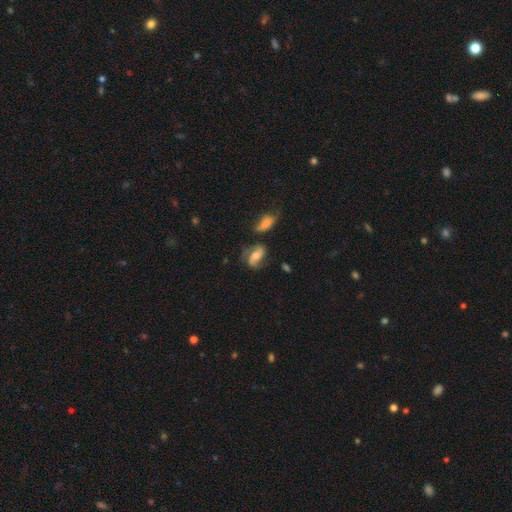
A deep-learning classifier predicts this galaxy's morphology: Smooth or featured?
  - featured or disk: 66% *
  - smooth: 26%
  - star or artifact: 8%
Edge-on disk?
  - no: 95% *
  - yes: 5%
Bar?
  - no: 42% *
  - weak: 37%
  - strong: 21%
Spiral arms?
  - yes: 90% *
  - no: 10%
Spiral winding?
  - medium: 42% *
  - loose: 40%
  - tight: 17%
Spiral arm count?
  - 2: 85% *
  - can't tell: 6%
  - 1: 5%
  - 3: 2%
  - 4: 1%
  - more than 4: 1%
Bulge size?
  - moderate: 59% *
  - small: 23%
  - large: 12%
  - none: 4%
  - dominant: 2%
Merging?
  - none: 59% *
  - minor disturbance: 21%
  - major disturbance: 12%
  - merger: 7%